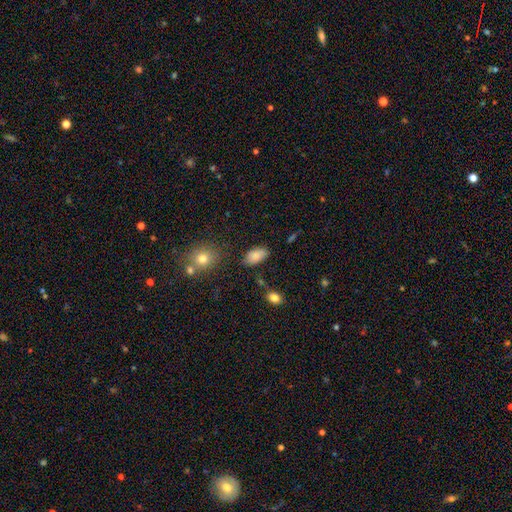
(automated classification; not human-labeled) This appears to be a smooth galaxy with no disk features (83%) that is in between round and cigar-shaped (94%). Merging: none (76%).